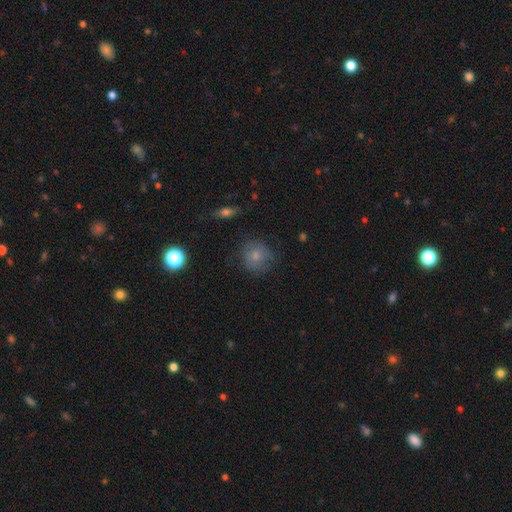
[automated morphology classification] Overall: smooth (74%). How rounded: round (87%). Merging: none (73%).